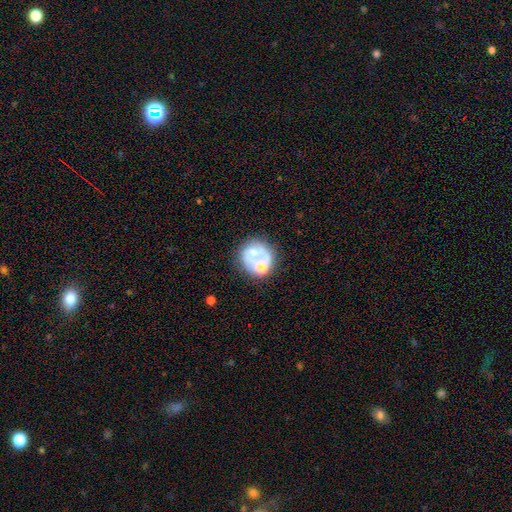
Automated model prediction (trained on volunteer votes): A featured or disk galaxy (45%, tied with smooth). Merging: none (43%).